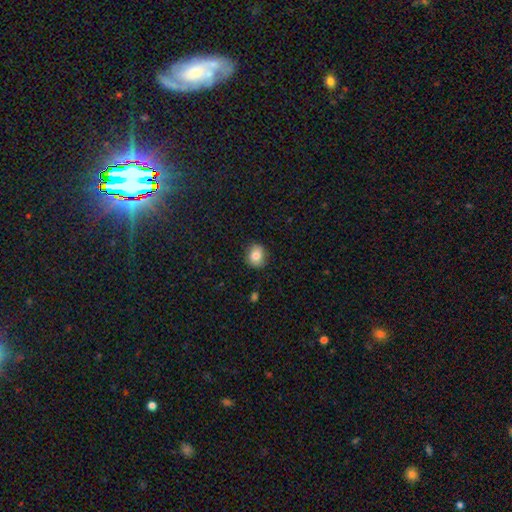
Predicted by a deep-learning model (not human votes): A smooth galaxy with no disk features (81%) that is round (70%).

Vote fractions:
- Smooth or featured? smooth: 81% / featured or disk: 10% / star or artifact: 9%
- How rounded? round: 70% / in between: 29% / cigar-shaped: 1%
- Merging? none: 83% / minor disturbance: 13% / major disturbance: 3% / merger: 1%